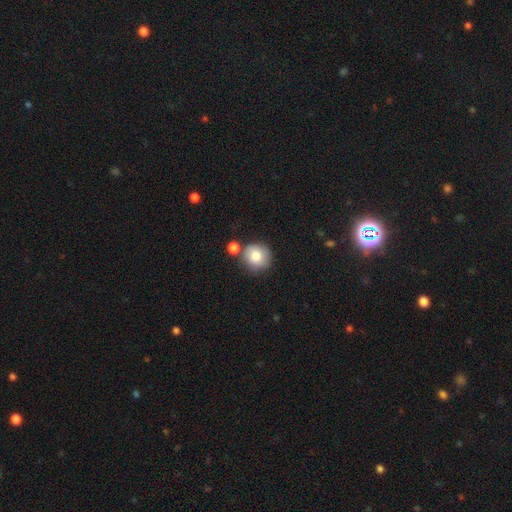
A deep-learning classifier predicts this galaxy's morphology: The model was most divided on "merging": none: 66%, minor disturbance: 15%, merger: 15%, major disturbance: 4%. More confident: how rounded — round (88%); smooth or featured — smooth (81%).